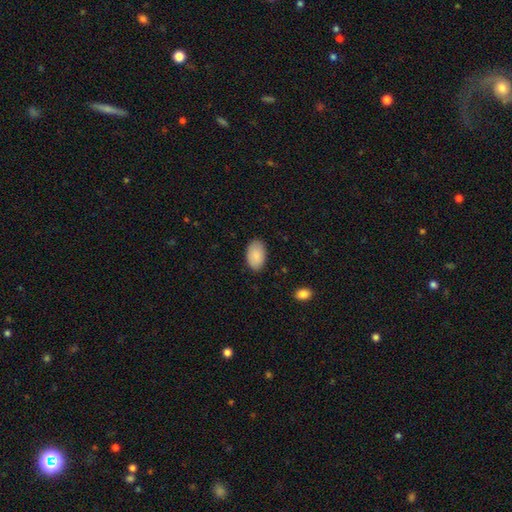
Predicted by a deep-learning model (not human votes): Morphology: type=smooth (89%); roundness=in between (94%); merging=none (86%).